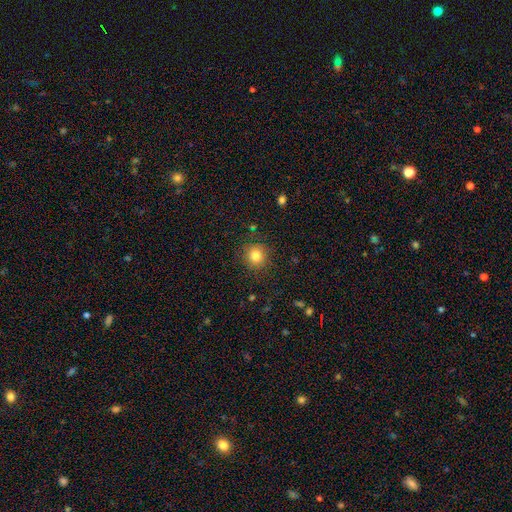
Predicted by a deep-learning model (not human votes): Q: Smooth or featured?
A: smooth (82%); runner-up: star or artifact (12%)
Q: How rounded?
A: round (92%); runner-up: in between (7%)
Q: Merging?
A: none (88%); runner-up: minor disturbance (8%)